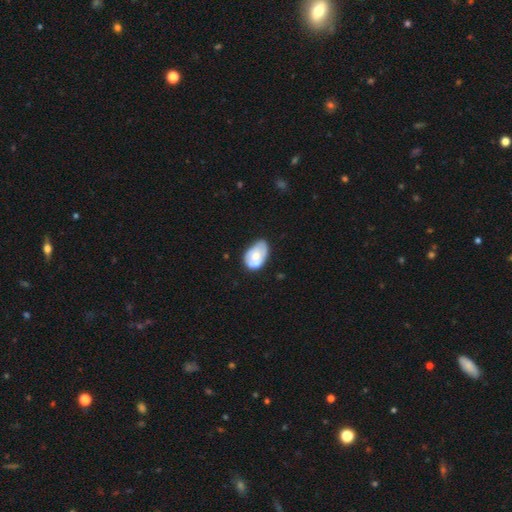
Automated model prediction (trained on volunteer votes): smooth 52%, featured or disk 42%, star or artifact 6%. Down the decision tree: how rounded — in between (86%); merging — none (39%).